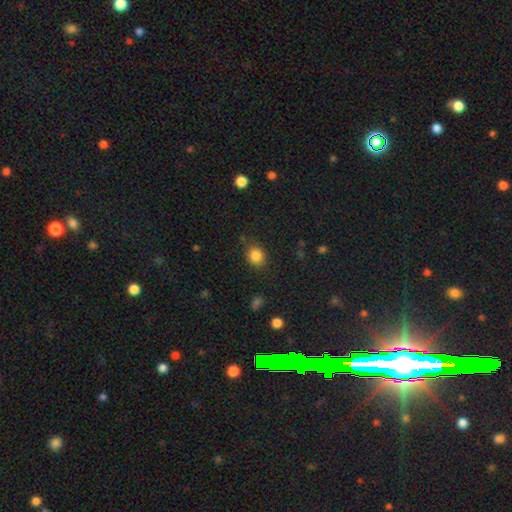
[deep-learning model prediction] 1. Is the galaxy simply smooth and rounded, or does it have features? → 84% smooth, 11% star or artifact, 5% featured or disk.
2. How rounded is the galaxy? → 71% round, 28% in between, 1% cigar-shaped.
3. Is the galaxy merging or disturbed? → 84% none, 11% minor disturbance, 3% major disturbance, 2% merger.